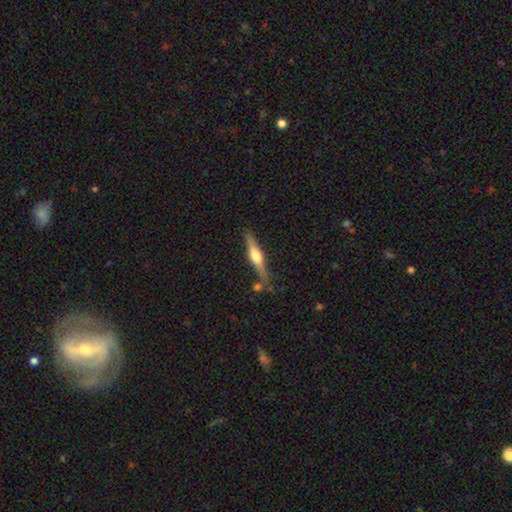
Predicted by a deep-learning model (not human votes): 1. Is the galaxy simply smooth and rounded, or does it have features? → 64% featured or disk, 30% smooth, 6% star or artifact.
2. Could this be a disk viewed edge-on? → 96% yes, 4% no.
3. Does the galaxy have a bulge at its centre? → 90% rounded, 7% boxy, 3% none.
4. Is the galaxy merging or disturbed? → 76% none, 14% minor disturbance, 7% merger, 3% major disturbance.